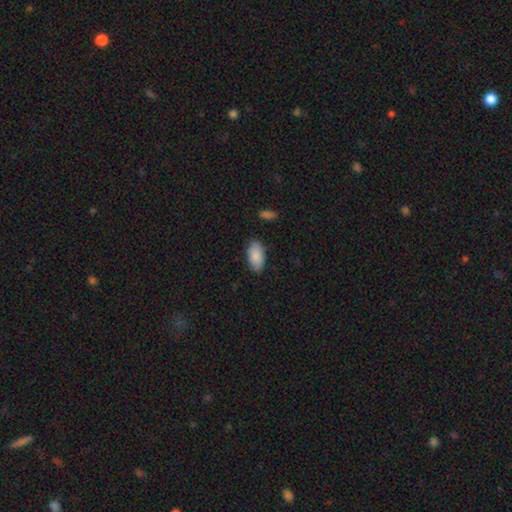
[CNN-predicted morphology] A smooth galaxy with no disk features (88%) that is in between round and cigar-shaped (94%).

Vote fractions:
- Smooth or featured? smooth: 88% / star or artifact: 6% / featured or disk: 6%
- How rounded? in between: 94% / cigar-shaped: 3% / round: 3%
- Merging? none: 85% / minor disturbance: 11% / major disturbance: 2% / merger: 2%